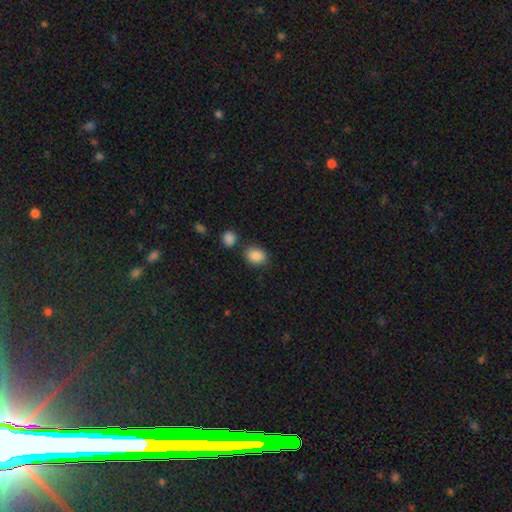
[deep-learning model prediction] A smooth galaxy with no disk features (87%) that is in between round and cigar-shaped (62%). Merging: none (75%).